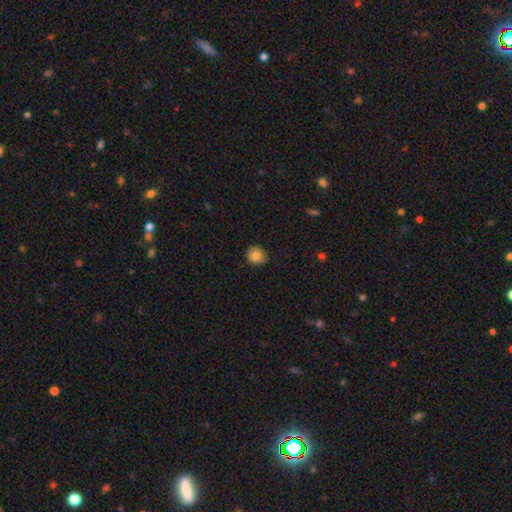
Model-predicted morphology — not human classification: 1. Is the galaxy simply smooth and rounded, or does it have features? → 83% smooth, 9% star or artifact, 7% featured or disk.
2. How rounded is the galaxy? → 81% round, 19% in between, 1% cigar-shaped.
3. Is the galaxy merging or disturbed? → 80% none, 17% minor disturbance, 3% major disturbance, 1% merger.